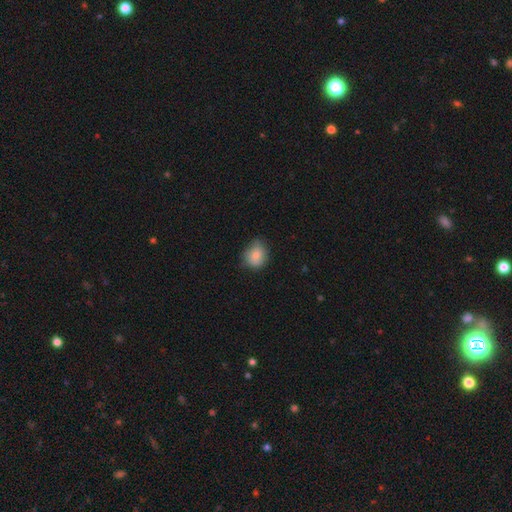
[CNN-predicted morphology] type=smooth (81%); roundness=round (60%); merging=none (65%).